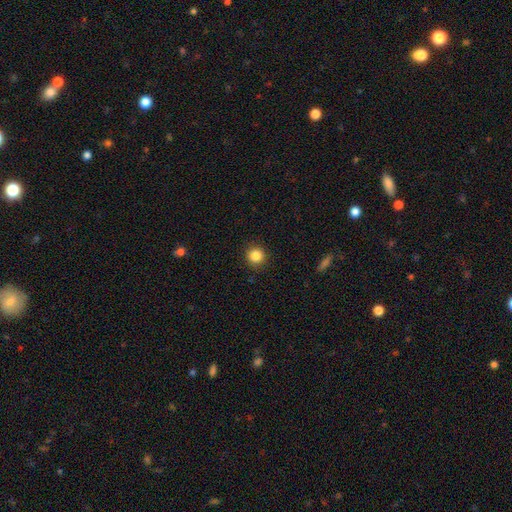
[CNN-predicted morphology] Overall: smooth (85%). How rounded: round (94%). Merging: none (92%).